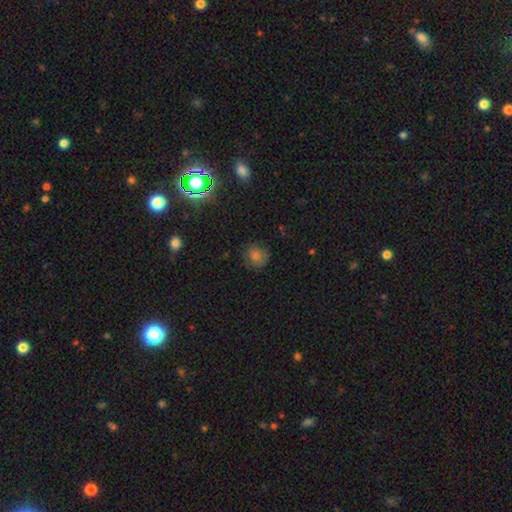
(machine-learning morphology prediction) Smooth or featured?
  - smooth: 68% *
  - star or artifact: 22%
  - featured or disk: 9%
How rounded?
  - round: 85% *
  - in between: 13%
  - cigar-shaped: 1%
Merging?
  - none: 81% *
  - minor disturbance: 14%
  - major disturbance: 4%
  - merger: 1%